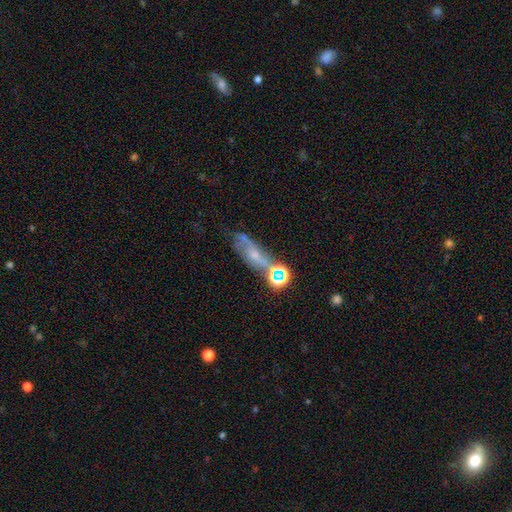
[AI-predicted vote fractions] smooth_or_featured: featured or disk (p=0.49) [alt: smooth p=0.29]
merging: none (p=0.41) [alt: minor disturbance p=0.22]